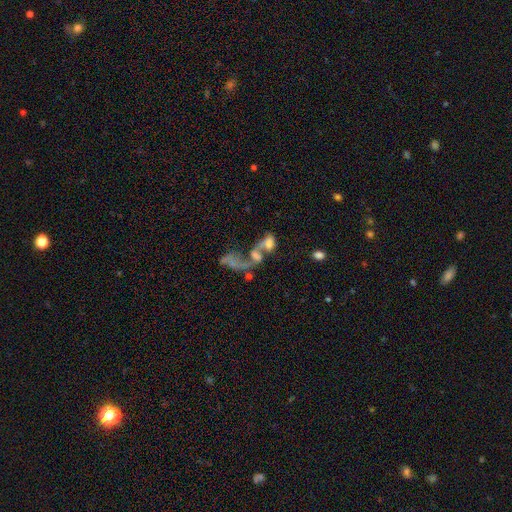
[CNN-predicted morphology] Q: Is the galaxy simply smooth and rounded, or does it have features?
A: featured or disk — 48%.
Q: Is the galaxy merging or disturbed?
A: merger — 68%.